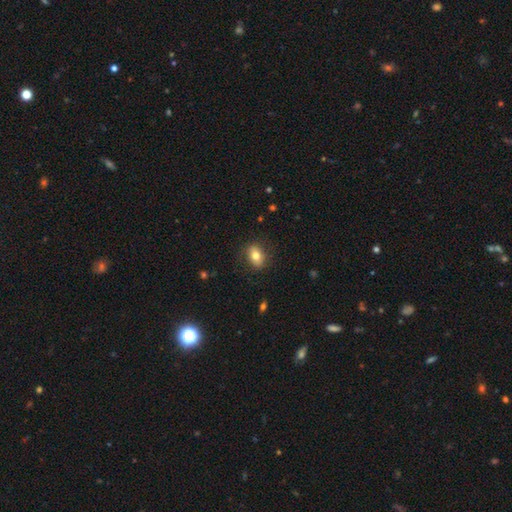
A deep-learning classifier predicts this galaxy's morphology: A smooth galaxy with no disk features (73%) that is in between round and cigar-shaped (71%). Merging: none (82%).